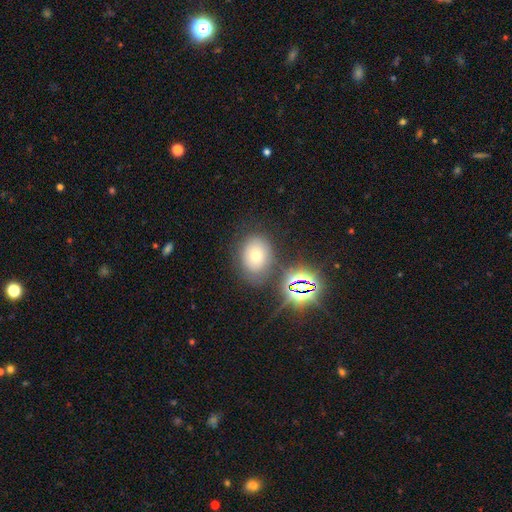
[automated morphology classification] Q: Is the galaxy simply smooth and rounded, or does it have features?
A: smooth — 55%.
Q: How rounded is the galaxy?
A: in between — 67%.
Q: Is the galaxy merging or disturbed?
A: none — 74%.